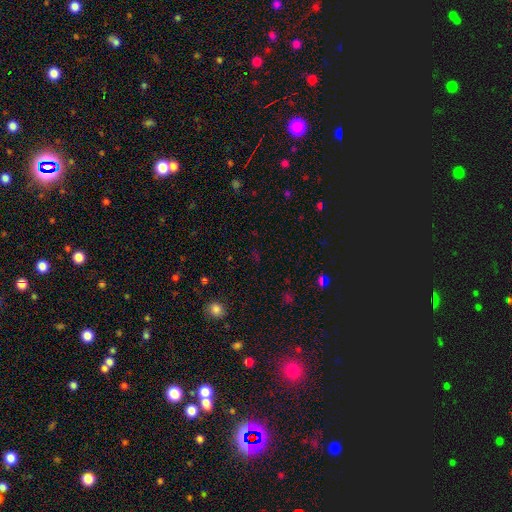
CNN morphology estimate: Overall: star or artifact (61%; smooth 31%).